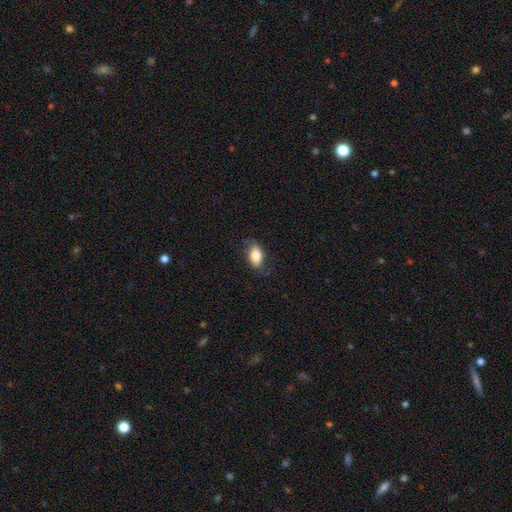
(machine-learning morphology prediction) smooth 79%, featured or disk 14%, star or artifact 7%. Down the decision tree: how rounded — in between (89%); merging — none (75%).